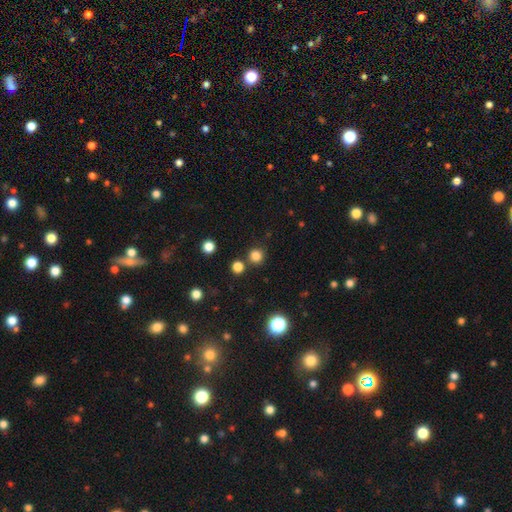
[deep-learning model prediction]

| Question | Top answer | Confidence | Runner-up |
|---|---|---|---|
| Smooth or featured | smooth | 80% | star or artifact (16%) |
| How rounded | round | 93% | in between (6%) |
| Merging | none | 82% | merger (9%) |